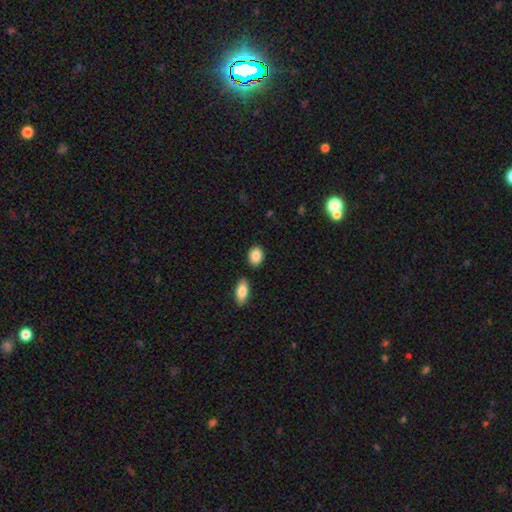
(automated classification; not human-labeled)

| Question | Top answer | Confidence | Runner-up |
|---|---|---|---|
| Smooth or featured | smooth | 87% | star or artifact (7%) |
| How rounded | in between | 69% | round (29%) |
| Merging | none | 83% | minor disturbance (9%) |